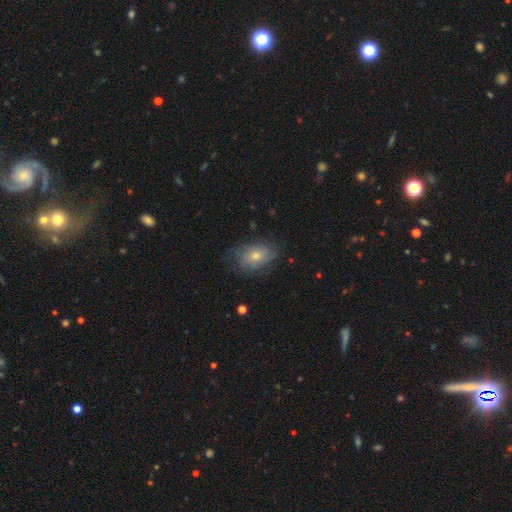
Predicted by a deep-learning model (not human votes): Smooth or featured?
  - featured or disk: 46% *
  - smooth: 42%
  - star or artifact: 11%
Merging?
  - none: 68% *
  - minor disturbance: 22%
  - major disturbance: 9%
  - merger: 1%